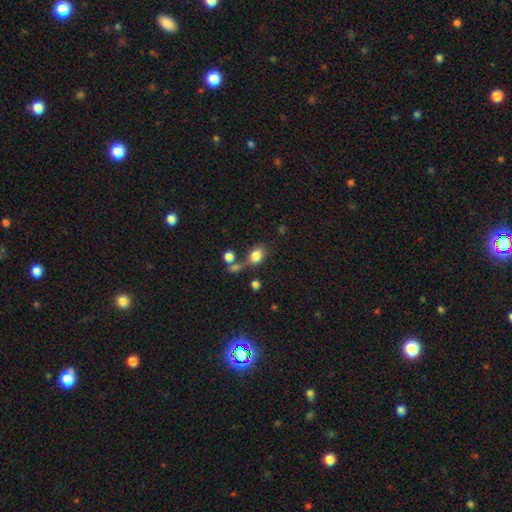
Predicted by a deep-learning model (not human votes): This appears to be a smooth galaxy with no disk features (82%) that is in between round and cigar-shaped (70%). Merging: none (58%).